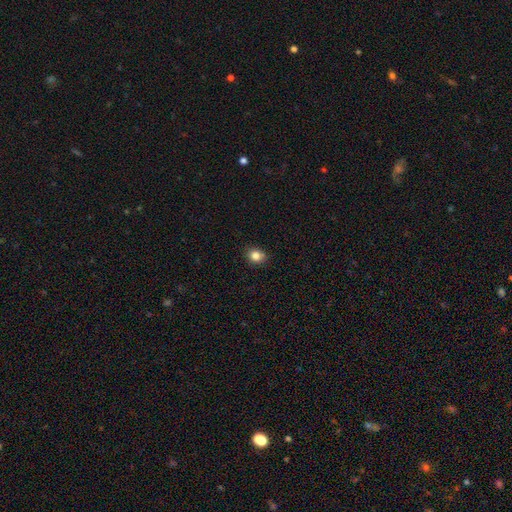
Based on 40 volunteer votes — Q: Smooth or featured?
A: smooth (78%); runner-up: featured or disk (12%)
Q: How rounded?
A: round (65%); runner-up: in between (35%)
Q: Merging?
A: none (69%); runner-up: minor disturbance (22%)